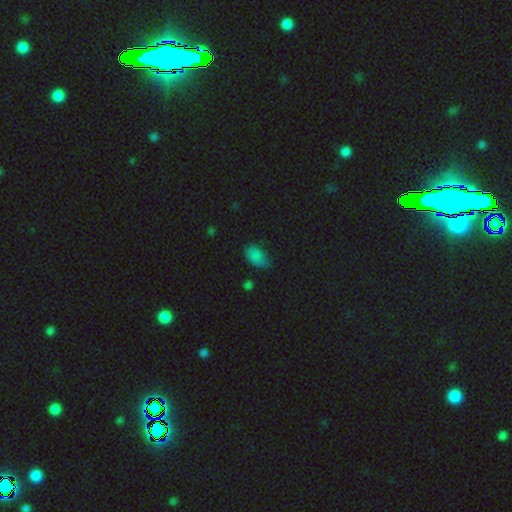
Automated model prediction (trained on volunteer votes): Smooth or featured? smooth (81%)
How rounded? in between (91%)
Merging? none (63%)